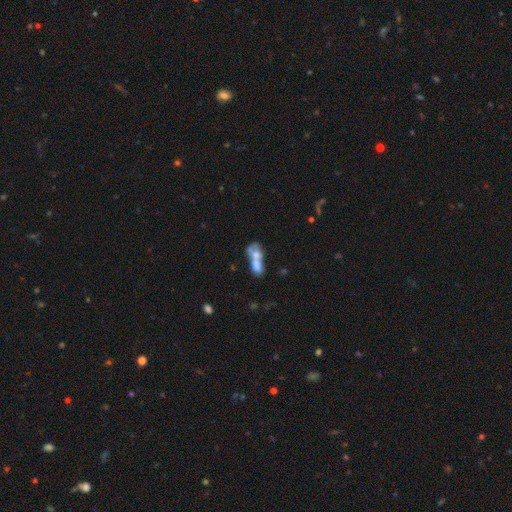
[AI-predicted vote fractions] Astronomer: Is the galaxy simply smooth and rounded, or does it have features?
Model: smooth — 54% (runner-up: featured or disk, 34%).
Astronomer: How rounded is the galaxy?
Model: in between — 69%.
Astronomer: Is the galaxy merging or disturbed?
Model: merger — 67%.